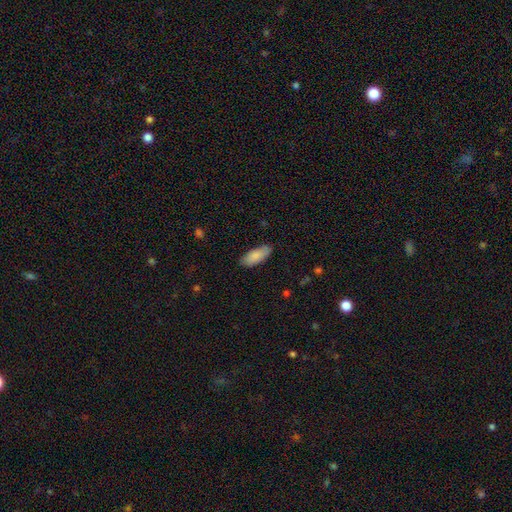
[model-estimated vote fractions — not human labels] Smooth or featured? Predicted: smooth (p=0.84). How rounded? Predicted: in between (p=0.80). Merging? Predicted: none (p=0.81).